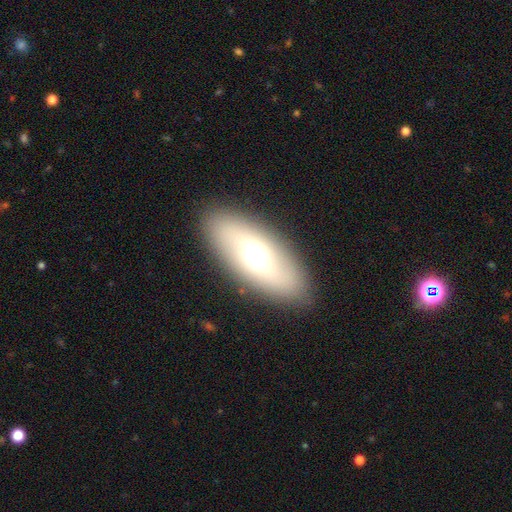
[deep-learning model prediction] A smooth galaxy with no disk features (55%) that is in between round and cigar-shaped (80%). Merging: none (86%).